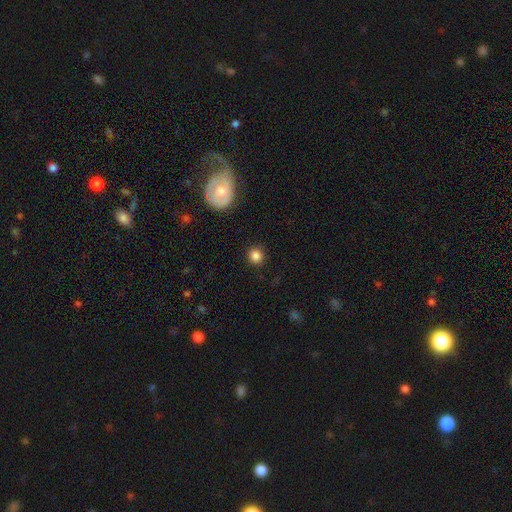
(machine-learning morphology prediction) Overall: smooth (85%). How rounded: round (92%). Merging: none (89%).